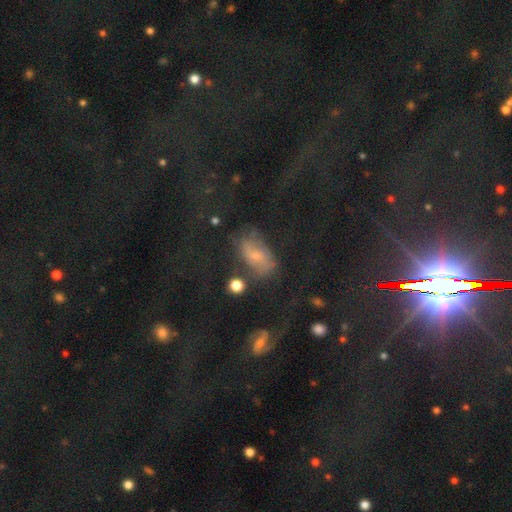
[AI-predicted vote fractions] smooth-or-featured: smooth: 43% | featured or disk: 34% | star or artifact: 23%
  merging: none: 47% | minor disturbance: 23% | major disturbance: 22% | merger: 8%